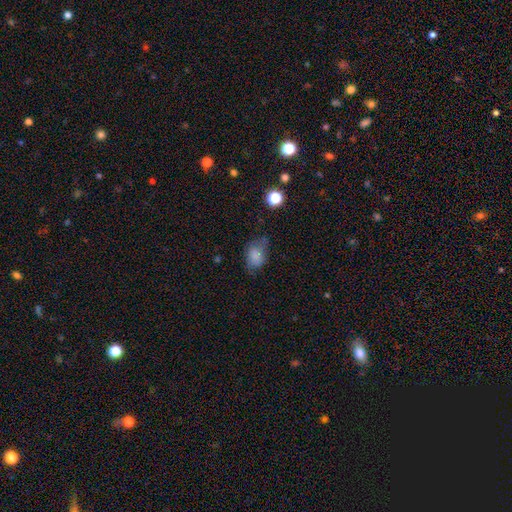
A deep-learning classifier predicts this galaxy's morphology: A smooth galaxy with no disk features (77%) that is in between round and cigar-shaped (77%).

Vote fractions:
- Smooth or featured? smooth: 77% / featured or disk: 12% / star or artifact: 11%
- How rounded? in between: 77% / round: 21% / cigar-shaped: 1%
- Merging? none: 49% / minor disturbance: 33% / major disturbance: 15% / merger: 4%